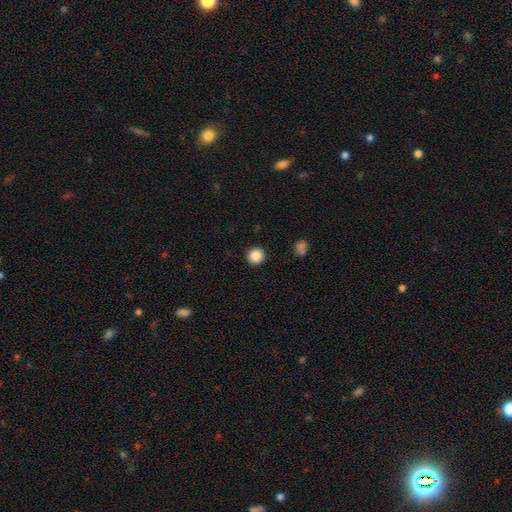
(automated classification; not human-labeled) This appears to be a smooth galaxy with no disk features (86%) that is round (95%). Merging: none (93%).